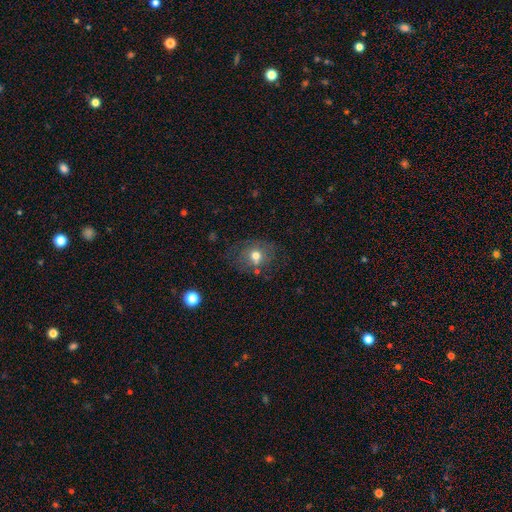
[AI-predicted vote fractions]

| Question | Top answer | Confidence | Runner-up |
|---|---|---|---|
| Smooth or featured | smooth | 65% | featured or disk (22%) |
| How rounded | round | 62% | in between (37%) |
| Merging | none | 60% | minor disturbance (21%) |